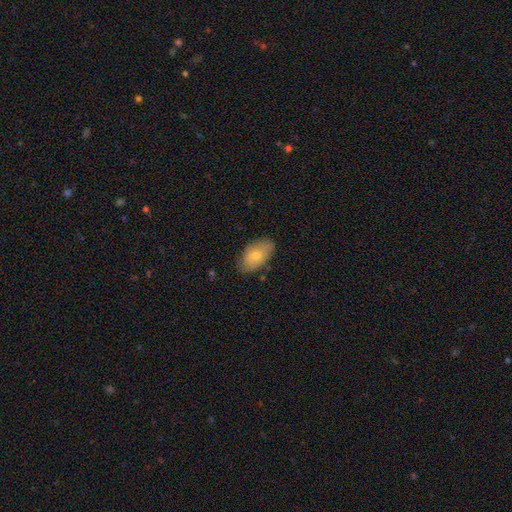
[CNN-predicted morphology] Smooth or featured?
  - smooth: 71% *
  - featured or disk: 22%
  - star or artifact: 6%
How rounded?
  - in between: 93% *
  - round: 5%
  - cigar-shaped: 2%
Merging?
  - none: 75% *
  - minor disturbance: 20%
  - major disturbance: 4%
  - merger: 1%